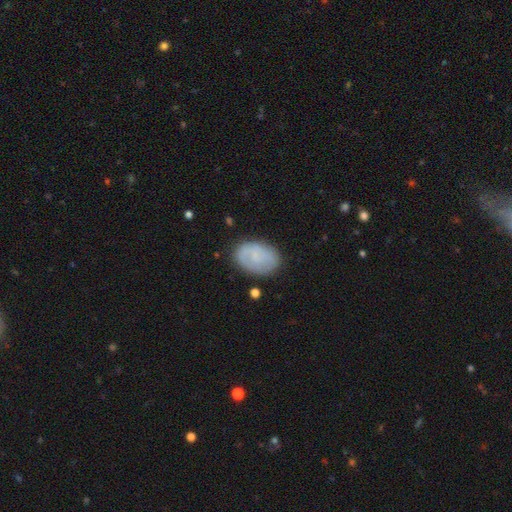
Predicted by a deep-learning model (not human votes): The model was most divided on "smooth or featured": smooth: 62%, featured or disk: 31%, star or artifact: 8%. More confident: how rounded — in between (82%); merging — none (78%).